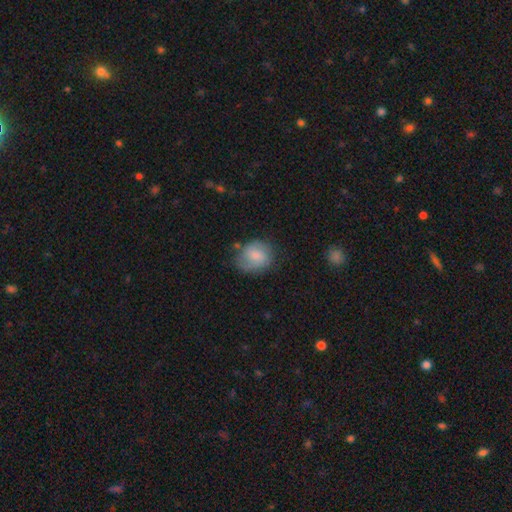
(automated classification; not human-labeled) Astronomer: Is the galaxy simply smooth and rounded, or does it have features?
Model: smooth — 58% (runner-up: featured or disk, 34%).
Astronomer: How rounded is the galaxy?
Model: round — 63%.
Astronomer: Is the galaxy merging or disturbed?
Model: none — 64%.